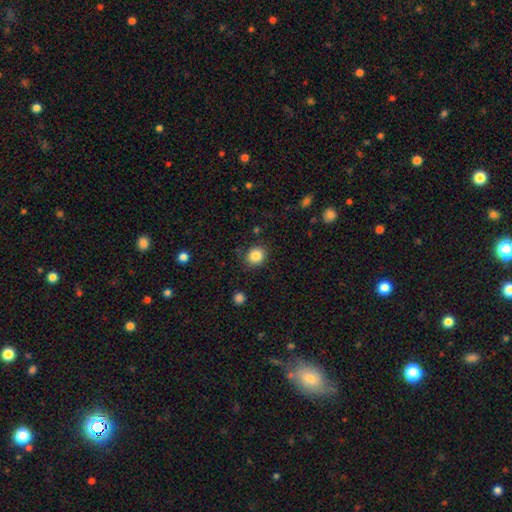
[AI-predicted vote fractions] smooth-or-featured: smooth: 85% | star or artifact: 10% | featured or disk: 5%
  how-rounded: round: 76% | in between: 23% | cigar-shaped: 1%
  merging: none: 86% | minor disturbance: 10% | major disturbance: 3% | merger: 2%